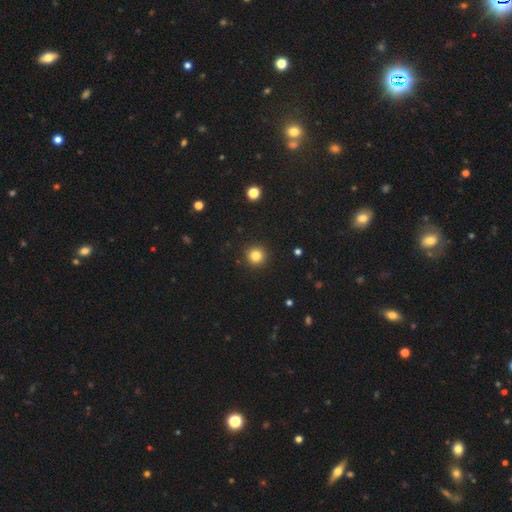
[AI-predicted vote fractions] A smooth galaxy with no disk features (82%) that is round (95%).

Vote fractions:
- Smooth or featured? smooth: 82% / star or artifact: 12% / featured or disk: 5%
- How rounded? round: 95% / in between: 4% / cigar-shaped: 1%
- Merging? none: 92% / minor disturbance: 5% / major disturbance: 2% / merger: 1%